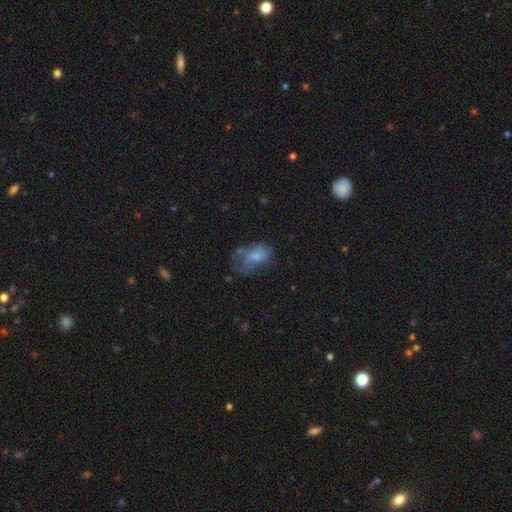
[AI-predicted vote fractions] Smooth or featured? smooth (55%)
How rounded? in between (81%)
Merging? none (36%)